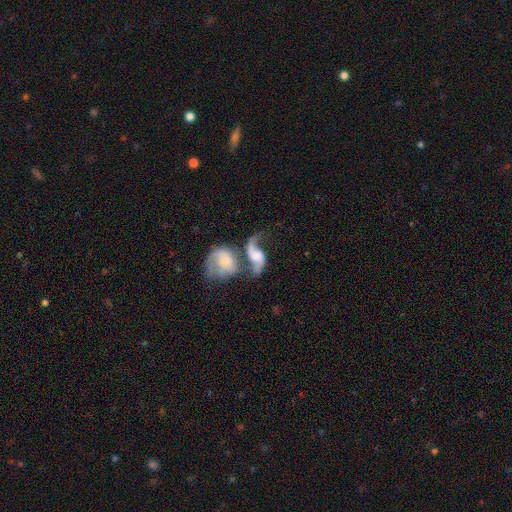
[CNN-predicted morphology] A featured or disk galaxy (76%) with no bar (51%), 2 (84%) loose (76%) spiral arms (91%) and a moderate central bulge (32%). Merging: merger (59%).